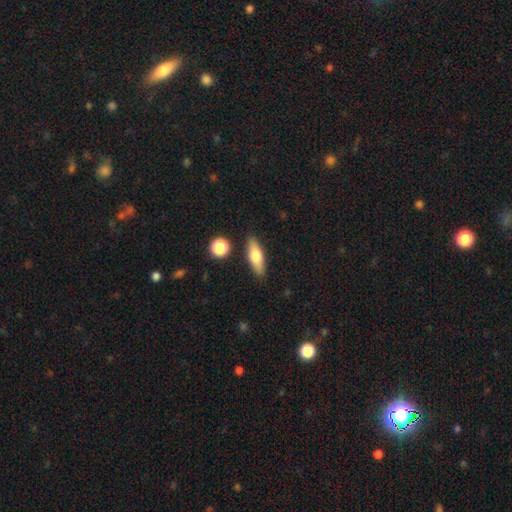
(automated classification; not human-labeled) Smooth or featured? smooth (61%)
How rounded? in between (52%)
Merging? none (87%)